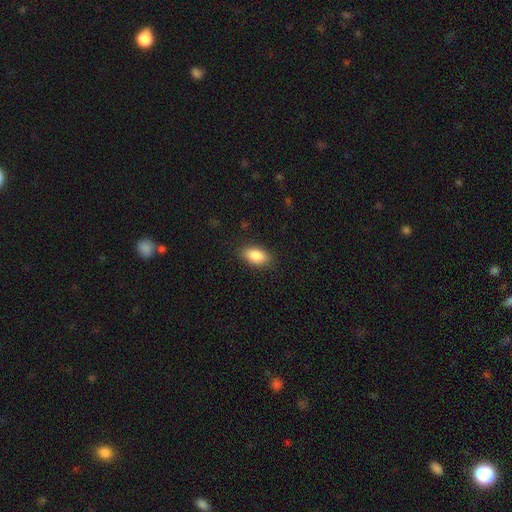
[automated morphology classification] Smooth or featured? Predicted: smooth (p=0.87). How rounded? Predicted: in between (p=0.91). Merging? Predicted: none (p=0.86).